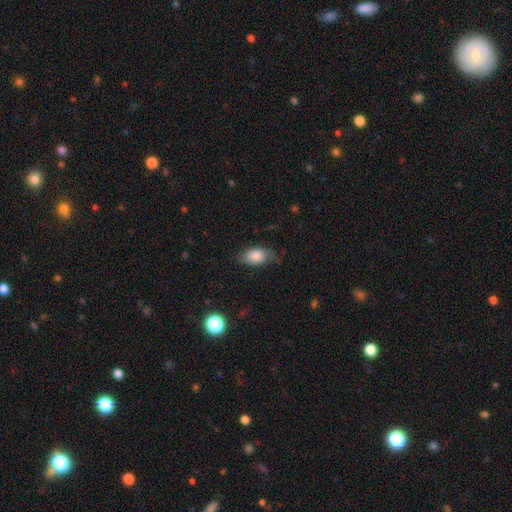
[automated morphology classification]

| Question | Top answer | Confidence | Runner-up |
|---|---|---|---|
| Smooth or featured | smooth | 75% | featured or disk (17%) |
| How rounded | in between | 89% | round (8%) |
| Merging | none | 63% | minor disturbance (27%) |